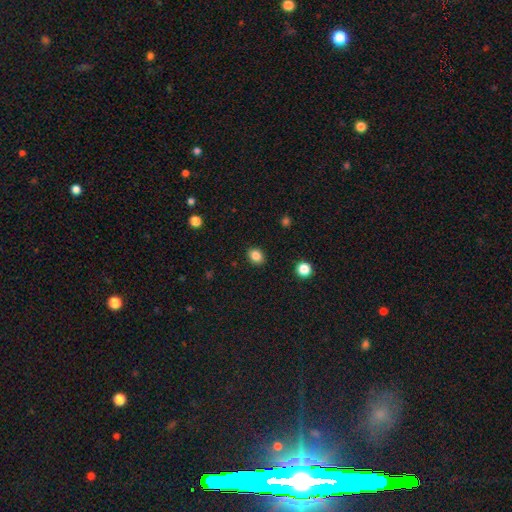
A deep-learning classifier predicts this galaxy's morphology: smooth-or-featured: smooth: 84% | star or artifact: 11% | featured or disk: 5%
  how-rounded: round: 55% | in between: 44% | cigar-shaped: 1%
  merging: none: 90% | minor disturbance: 7% | major disturbance: 2% | merger: 1%